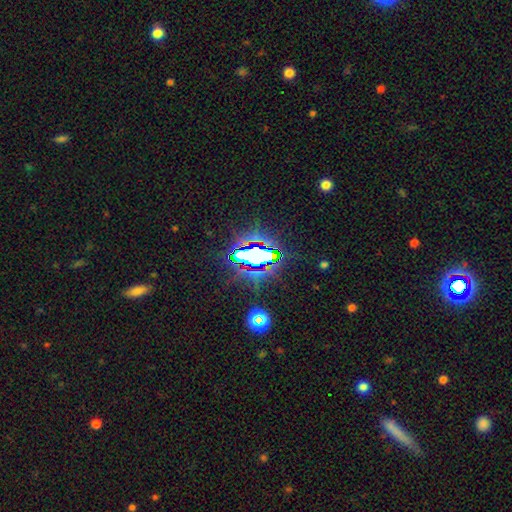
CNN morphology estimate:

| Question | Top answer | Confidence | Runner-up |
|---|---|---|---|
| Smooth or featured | star or artifact | 68% | smooth (19%) |